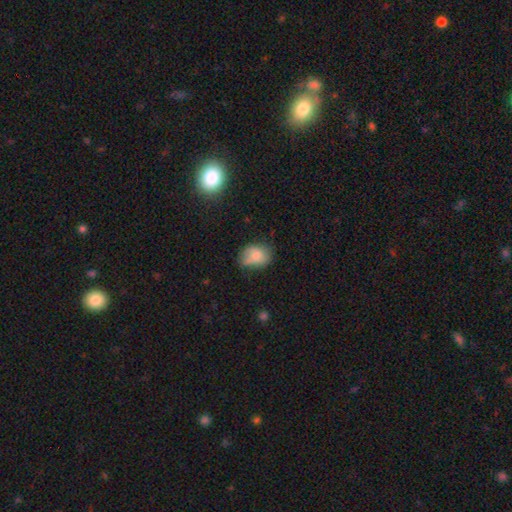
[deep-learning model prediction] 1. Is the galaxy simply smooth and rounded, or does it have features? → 77% smooth, 14% featured or disk, 9% star or artifact.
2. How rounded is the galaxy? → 57% in between, 42% round, 1% cigar-shaped.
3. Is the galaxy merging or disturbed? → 50% none, 36% minor disturbance, 11% major disturbance, 3% merger.